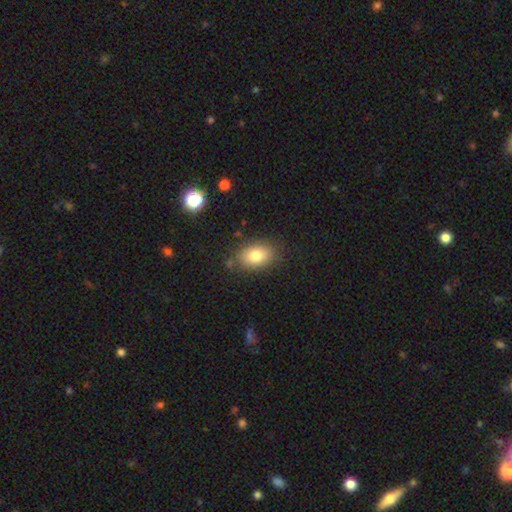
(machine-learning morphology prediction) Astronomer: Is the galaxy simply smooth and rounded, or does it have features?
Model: smooth — 80%.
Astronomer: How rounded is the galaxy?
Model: in between — 84%.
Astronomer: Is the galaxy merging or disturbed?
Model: none — 81%.